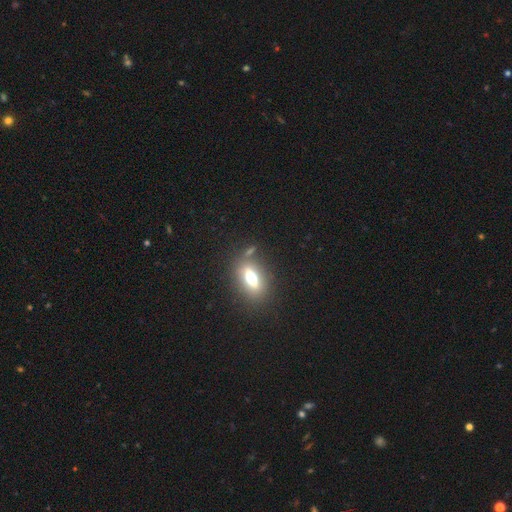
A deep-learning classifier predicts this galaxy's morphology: Smooth or featured: smooth — 61% (featured or disk — 21%)
How rounded: in between — 76% (round — 17%)
Merging: none — 76% (minor disturbance — 11%)